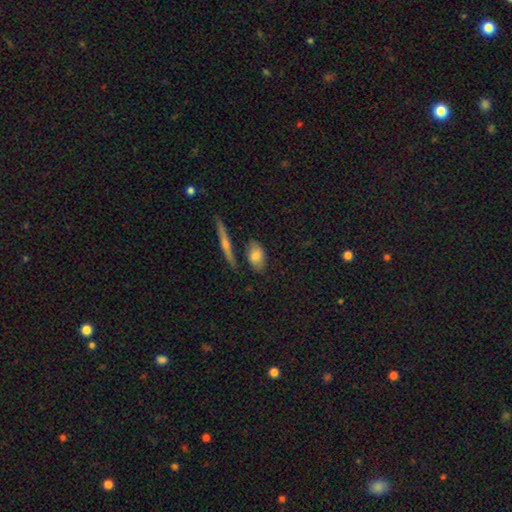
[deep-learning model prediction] Smooth or featured: smooth — 74% (featured or disk — 19%)
How rounded: in between — 84% (round — 9%)
Merging: none — 69% (minor disturbance — 18%)